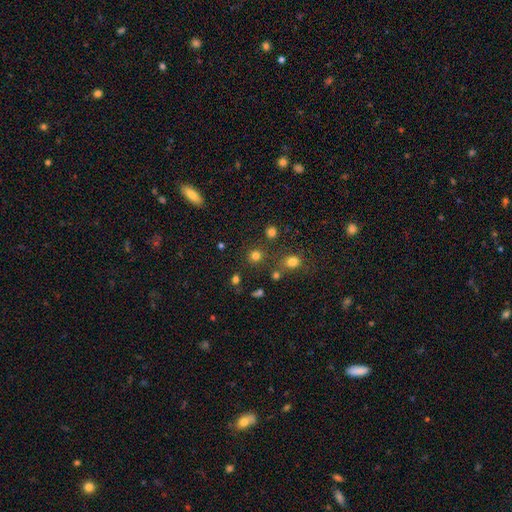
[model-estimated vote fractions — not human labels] Smooth or featured? smooth (76%)
How rounded? round (89%)
Merging? none (79%)